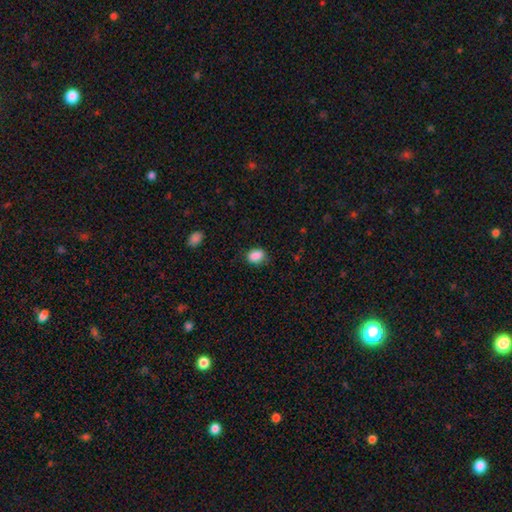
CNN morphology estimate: Smooth or featured: smooth — 88% (star or artifact — 8%)
How rounded: in between — 70% (round — 29%)
Merging: none — 78% (minor disturbance — 17%)